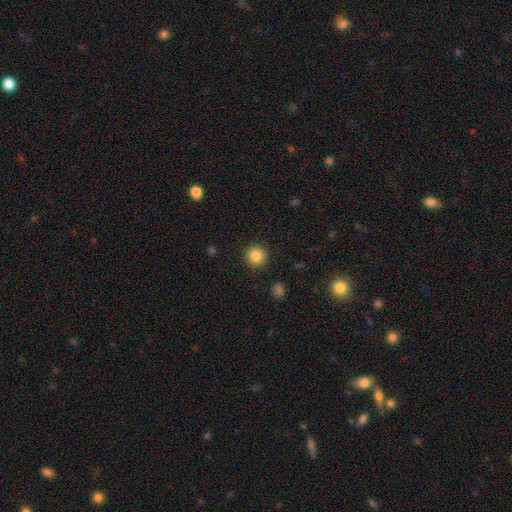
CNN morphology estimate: smooth 86%, star or artifact 10%, featured or disk 4%. Down the decision tree: how rounded — round (95%); merging — none (91%).